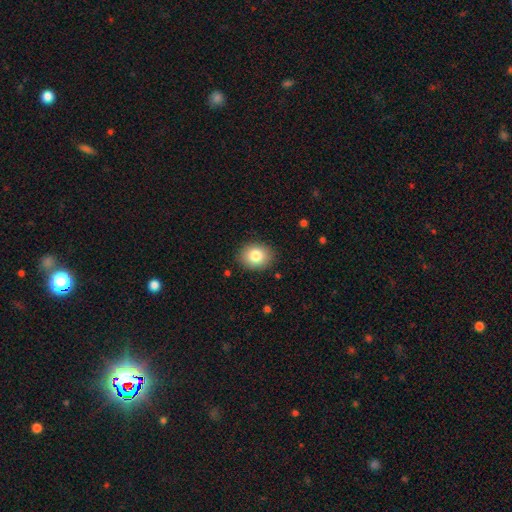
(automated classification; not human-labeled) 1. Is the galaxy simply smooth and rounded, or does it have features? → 83% smooth, 9% star or artifact, 8% featured or disk.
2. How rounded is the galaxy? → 54% round, 45% in between, 1% cigar-shaped.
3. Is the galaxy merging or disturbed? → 88% none, 9% minor disturbance, 2% major disturbance, 1% merger.